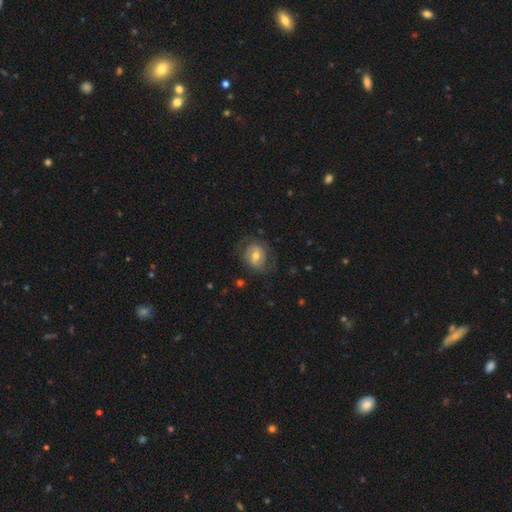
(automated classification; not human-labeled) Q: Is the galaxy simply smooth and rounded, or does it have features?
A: smooth — 47%.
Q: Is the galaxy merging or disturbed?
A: none — 66%.